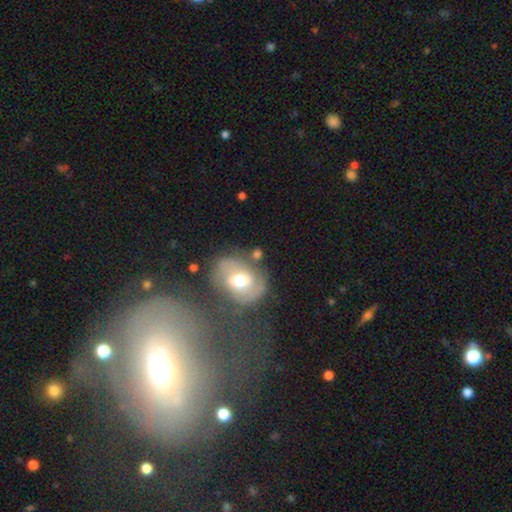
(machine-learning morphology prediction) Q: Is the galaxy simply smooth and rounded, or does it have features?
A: featured or disk — 68%.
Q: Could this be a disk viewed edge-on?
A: no — 96%.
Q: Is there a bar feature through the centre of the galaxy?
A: no — 54%.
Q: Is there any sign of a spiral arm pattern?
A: yes — 81%.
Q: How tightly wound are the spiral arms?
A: tight — 49%.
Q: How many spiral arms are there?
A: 2 — 58%.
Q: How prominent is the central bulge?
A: moderate — 77%.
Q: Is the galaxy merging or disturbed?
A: none — 62%.